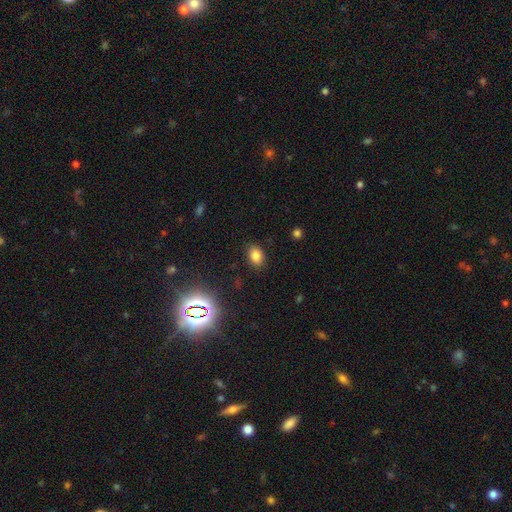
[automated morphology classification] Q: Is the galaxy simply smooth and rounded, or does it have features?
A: smooth — 79%.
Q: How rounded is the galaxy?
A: in between — 78%.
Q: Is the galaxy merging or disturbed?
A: none — 87%.